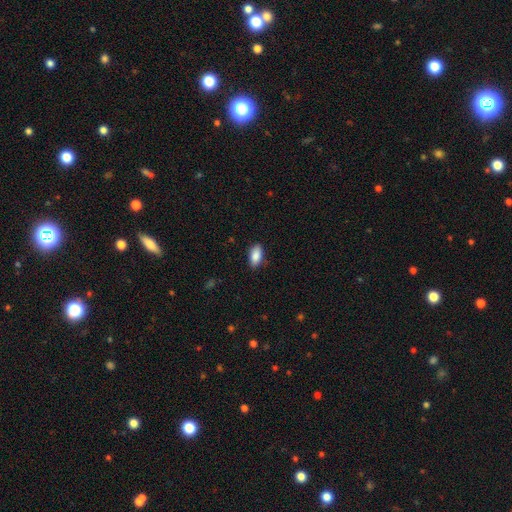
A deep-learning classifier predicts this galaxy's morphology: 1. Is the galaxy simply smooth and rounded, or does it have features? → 88% smooth, 7% star or artifact, 5% featured or disk.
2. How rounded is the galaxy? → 90% in between, 7% cigar-shaped, 3% round.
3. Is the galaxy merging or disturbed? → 85% none, 12% minor disturbance, 2% major disturbance, 1% merger.